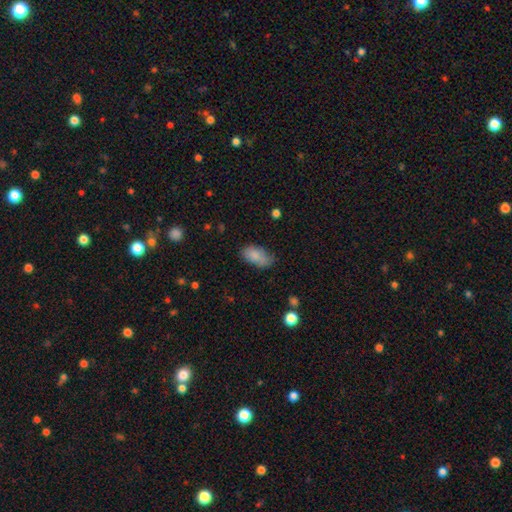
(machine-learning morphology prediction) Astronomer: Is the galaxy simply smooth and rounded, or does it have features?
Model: smooth — 84%.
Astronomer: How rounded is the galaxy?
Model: in between — 92%.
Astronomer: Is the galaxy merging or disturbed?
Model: none — 64%.